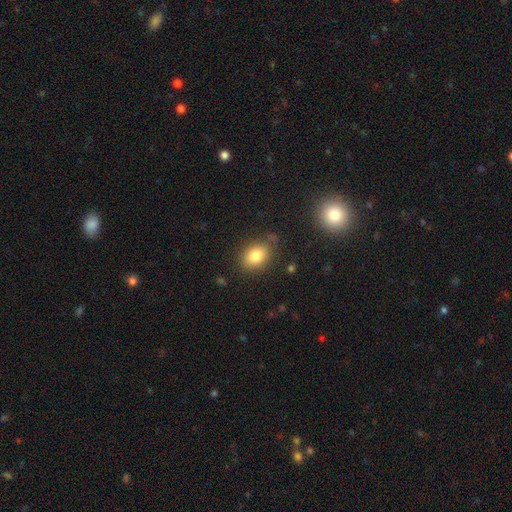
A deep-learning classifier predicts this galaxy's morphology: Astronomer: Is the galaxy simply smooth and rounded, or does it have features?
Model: smooth — 82%.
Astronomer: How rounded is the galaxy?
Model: in between — 69%.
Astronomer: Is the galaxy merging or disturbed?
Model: none — 78%.